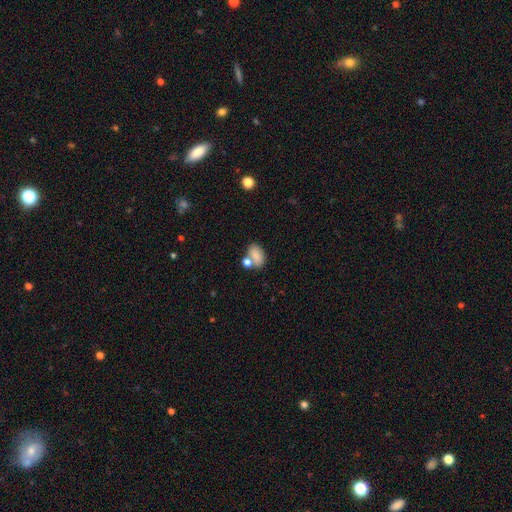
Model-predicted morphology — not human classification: type=smooth (81%); roundness=in between (85%); merging=none (49%).